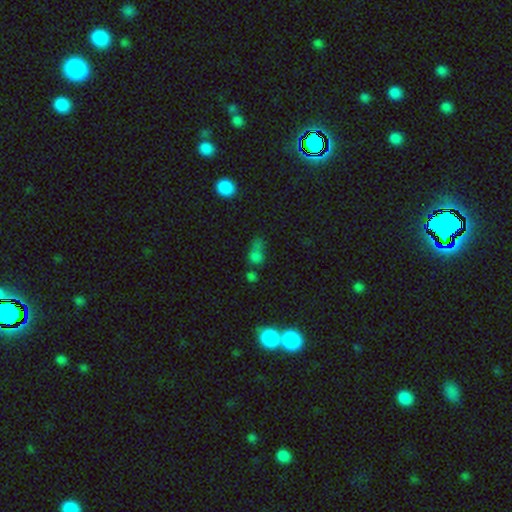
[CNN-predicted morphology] Smooth or featured?
  - smooth: 59% *
  - star or artifact: 30%
  - featured or disk: 12%
How rounded?
  - in between: 53% *
  - round: 41%
  - cigar-shaped: 7%
Merging?
  - none: 33% *
  - merger: 30%
  - major disturbance: 20%
  - minor disturbance: 18%